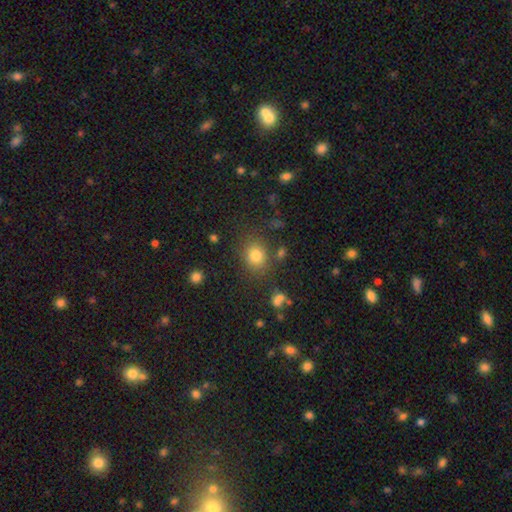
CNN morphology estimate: Smooth or featured? Predicted: smooth (p=0.79). How rounded? Predicted: round (p=0.67). Merging? Predicted: none (p=0.79).